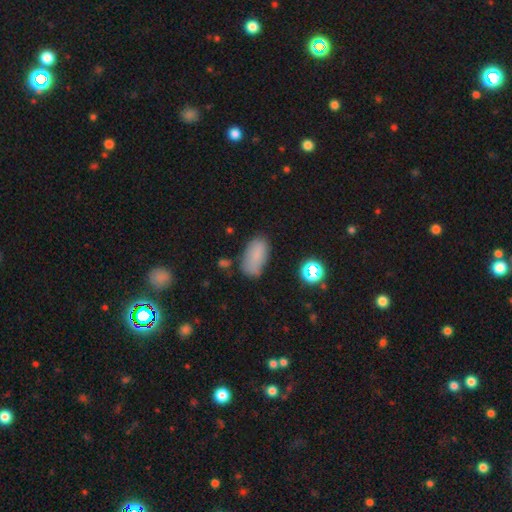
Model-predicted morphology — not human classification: Smooth or featured? smooth (79%)
How rounded? in between (92%)
Merging? none (67%)